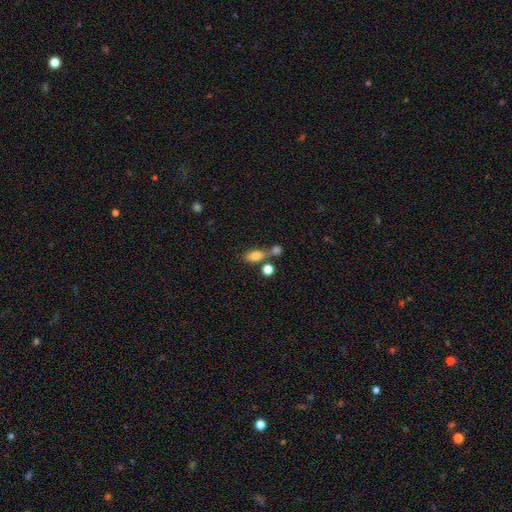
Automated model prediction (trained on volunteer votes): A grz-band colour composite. It shows a smooth galaxy with no disk features (79%) that is in between round and cigar-shaped (82%). Merging: none (47%).